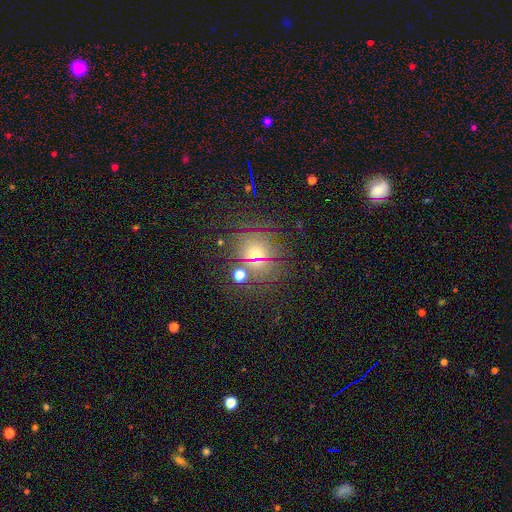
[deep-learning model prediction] Q: Smooth or featured?
A: star or artifact (45%); runner-up: smooth (41%)